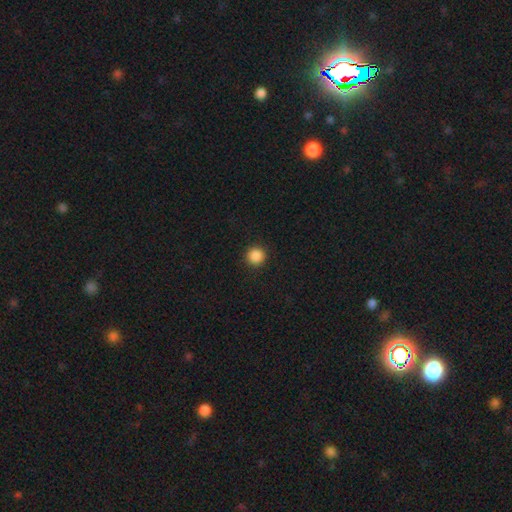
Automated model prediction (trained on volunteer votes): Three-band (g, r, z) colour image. It shows a smooth galaxy with no disk features (87%) that is round (96%). Merging: none (93%).